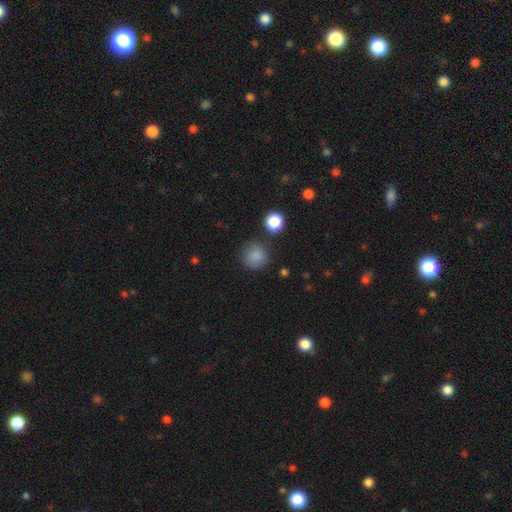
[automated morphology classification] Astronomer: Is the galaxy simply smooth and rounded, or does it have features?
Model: smooth — 83%.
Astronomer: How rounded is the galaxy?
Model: round — 91%.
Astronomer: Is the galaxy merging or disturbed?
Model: none — 79%.